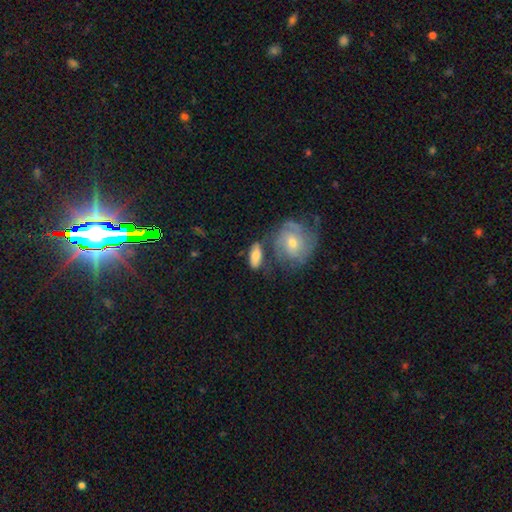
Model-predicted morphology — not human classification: This appears to be a smooth galaxy with no disk features (67%) that is in between round and cigar-shaped (75%). Merging: none (56%).